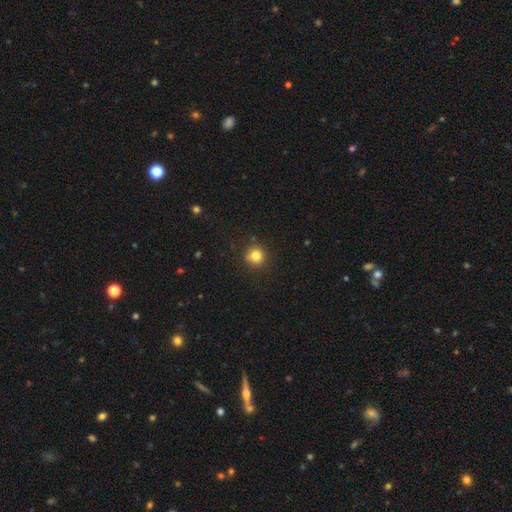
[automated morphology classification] Smooth or featured?
  - smooth: 81% *
  - star or artifact: 13%
  - featured or disk: 6%
How rounded?
  - round: 93% *
  - in between: 6%
  - cigar-shaped: 1%
Merging?
  - none: 88% *
  - minor disturbance: 8%
  - major disturbance: 2%
  - merger: 2%